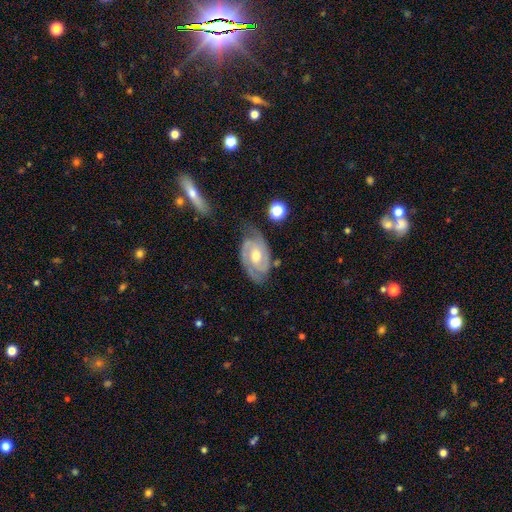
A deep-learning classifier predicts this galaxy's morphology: This appears to be a featured or disk galaxy (87%) with no bar (51%), 2 (84%) tight (61%) spiral arms (97%) and a moderate central bulge (73%). Merging: none (70%).